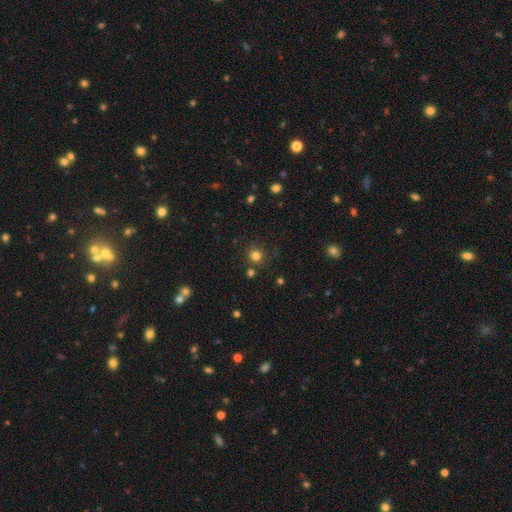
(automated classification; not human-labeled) Q: Smooth or featured?
A: smooth (79%); runner-up: star or artifact (16%)
Q: How rounded?
A: round (91%); runner-up: in between (8%)
Q: Merging?
A: none (82%); runner-up: minor disturbance (8%)